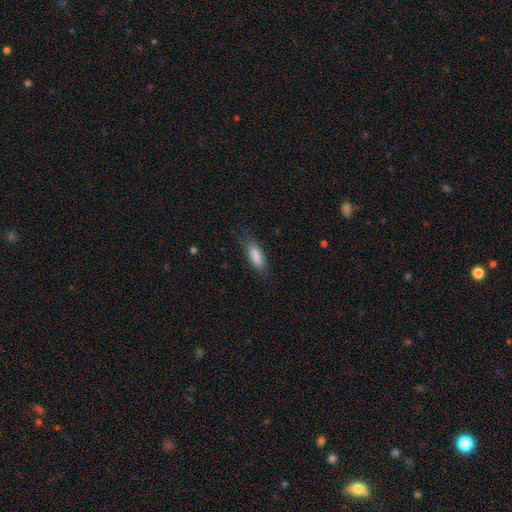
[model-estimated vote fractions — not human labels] smooth_or_featured: smooth (p=0.84) [alt: featured or disk p=0.09]
how_rounded: in between (p=0.65) [alt: cigar-shaped p=0.33]
merging: none (p=0.68) [alt: minor disturbance p=0.23]